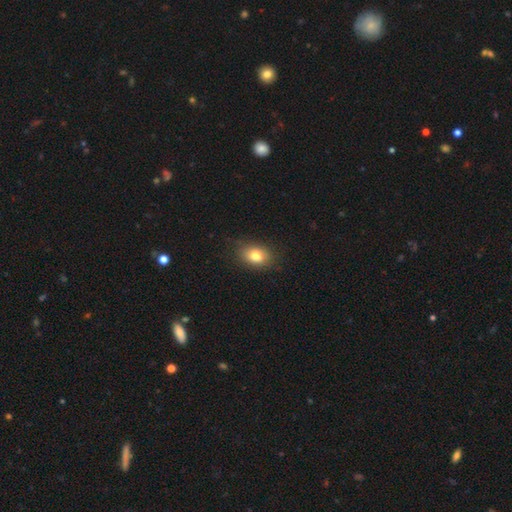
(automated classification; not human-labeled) Overall: smooth (79%). How rounded: in between (72%). Merging: none (82%).